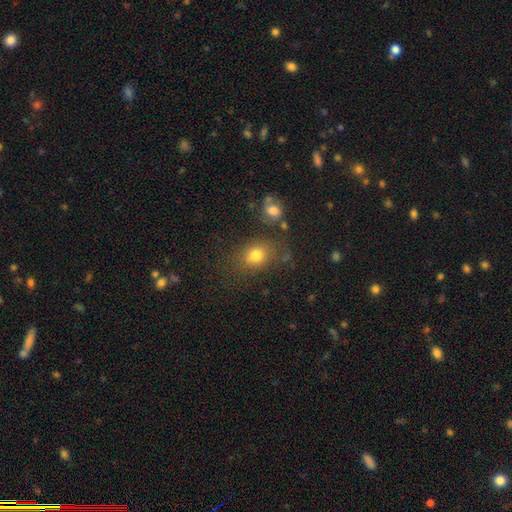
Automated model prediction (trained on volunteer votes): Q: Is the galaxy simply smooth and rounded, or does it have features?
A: smooth — 76%.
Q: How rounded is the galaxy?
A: in between — 51%.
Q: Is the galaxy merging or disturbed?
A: none — 68%.